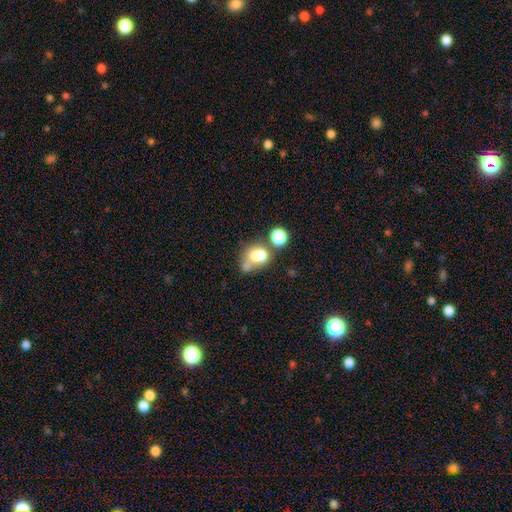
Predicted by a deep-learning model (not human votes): Morphology: type=smooth (61%); roundness=round (60%); merging=merger (55%).